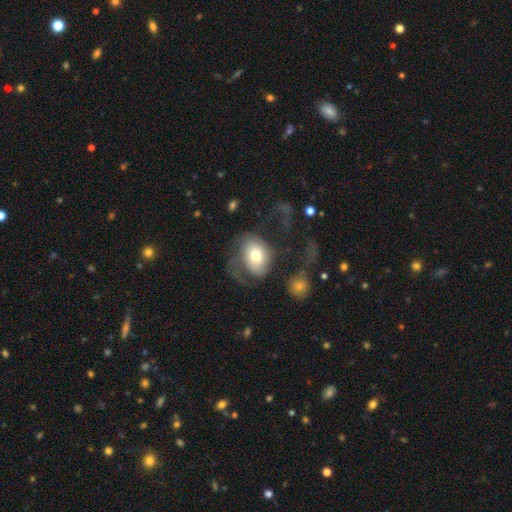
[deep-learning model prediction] Smooth or featured?
  - smooth: 57% *
  - featured or disk: 35%
  - star or artifact: 7%
How rounded?
  - in between: 61% *
  - round: 38%
  - cigar-shaped: 1%
Merging?
  - major disturbance: 52% *
  - none: 26%
  - minor disturbance: 17%
  - merger: 6%